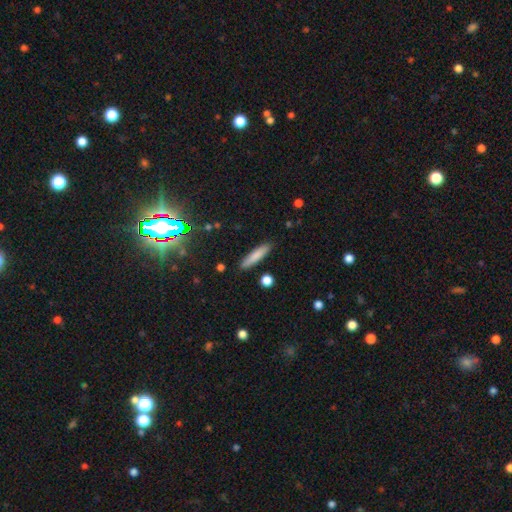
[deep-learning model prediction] Smooth or featured? Predicted: smooth (p=0.80). How rounded? Predicted: cigar-shaped (p=0.84). Merging? Predicted: none (p=0.88).